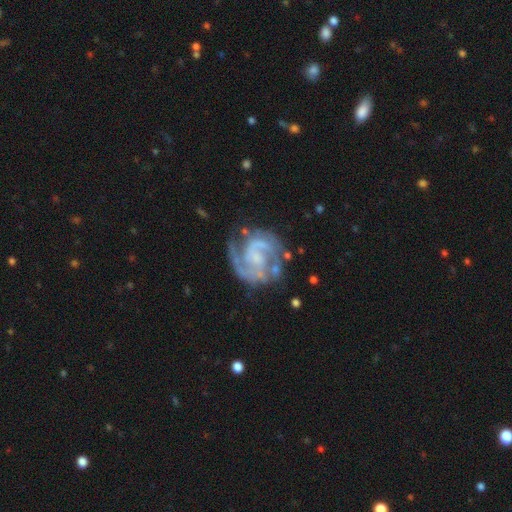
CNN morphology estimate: Smooth or featured? featured or disk (89%)
Edge-on disk? no (98%)
Bar? weak (45%)
Spiral arms? yes (97%)
Spiral winding? medium (50%)
Spiral arm count? 2 (83%)
Bulge size? small (42%)
Merging? none (67%)